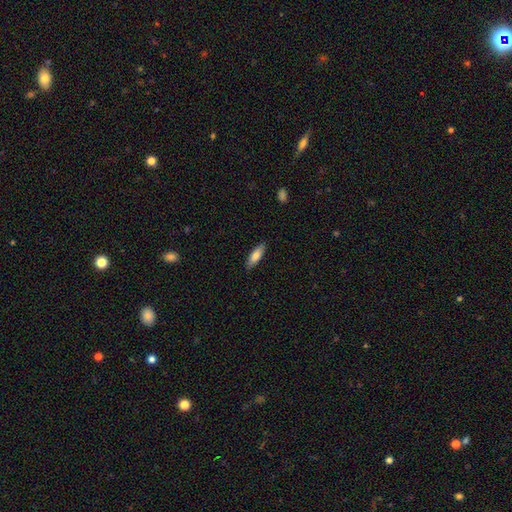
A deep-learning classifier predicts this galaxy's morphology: Q: Smooth or featured?
A: smooth (76%); runner-up: featured or disk (18%)
Q: How rounded?
A: in between (51%); runner-up: cigar-shaped (47%)
Q: Merging?
A: none (88%); runner-up: minor disturbance (9%)